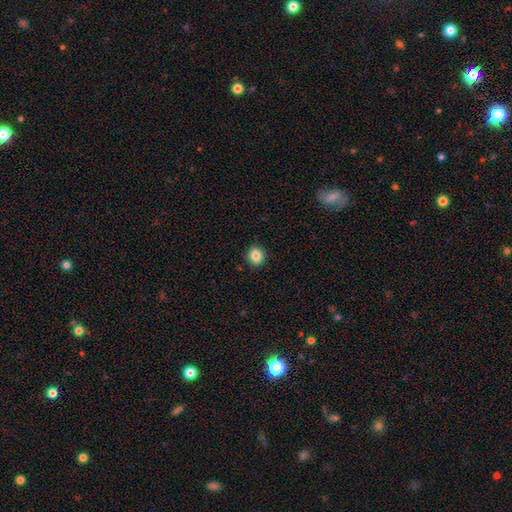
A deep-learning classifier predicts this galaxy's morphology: Smooth or featured: smooth — 86% (star or artifact — 10%)
How rounded: round — 81% (in between — 18%)
Merging: none — 91% (minor disturbance — 6%)